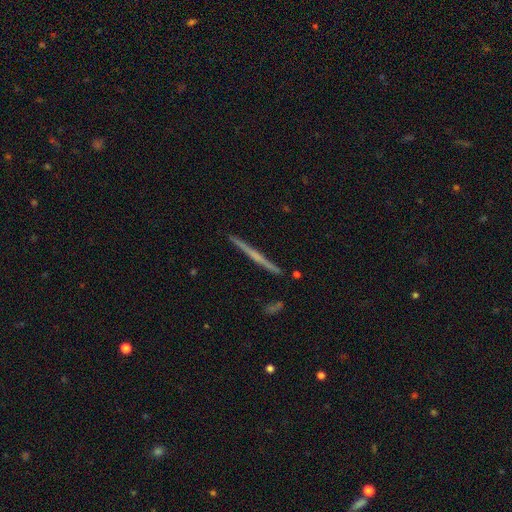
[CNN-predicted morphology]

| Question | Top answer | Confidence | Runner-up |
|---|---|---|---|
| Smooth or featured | featured or disk | 64% | smooth (30%) |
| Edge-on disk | yes | 98% | no (2%) |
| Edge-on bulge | none | 69% | rounded (25%) |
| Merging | none | 92% | minor disturbance (6%) |